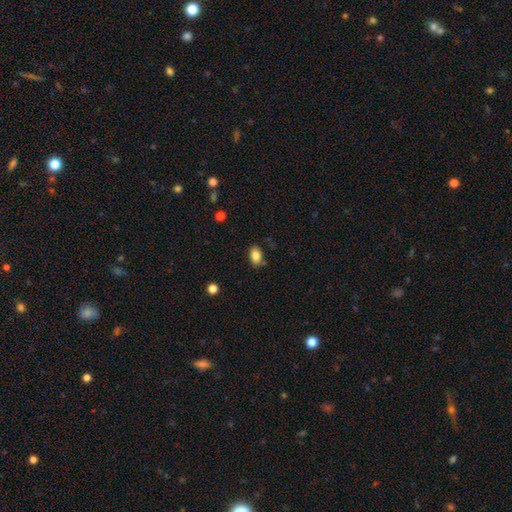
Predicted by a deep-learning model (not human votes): This is clearly a smooth galaxy (85%). How rounded: clearly in between (86%). Merging: clearly none (81%).